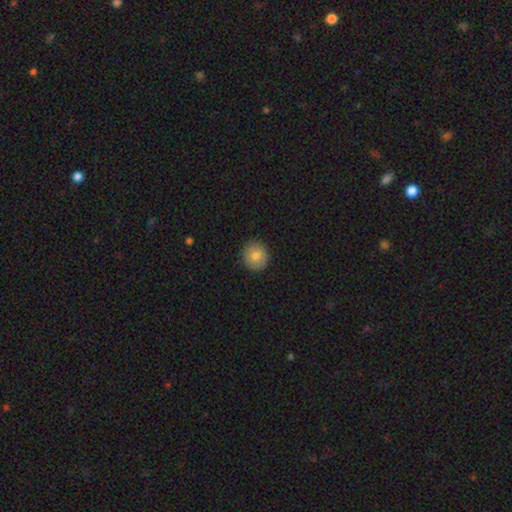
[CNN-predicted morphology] Overall: smooth (79%). How rounded: round (91%). Merging: none (91%).